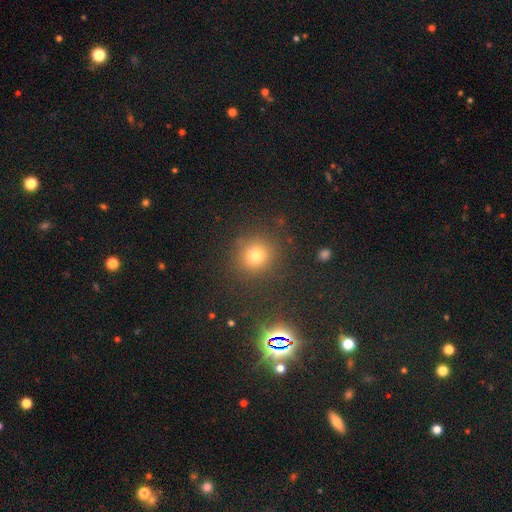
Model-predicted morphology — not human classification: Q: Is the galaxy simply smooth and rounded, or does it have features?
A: smooth — 75%.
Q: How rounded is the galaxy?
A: round — 89%.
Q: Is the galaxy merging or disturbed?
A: none — 86%.